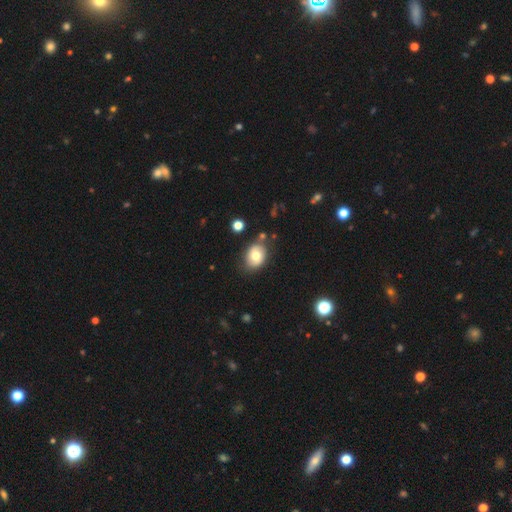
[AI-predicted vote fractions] A smooth galaxy with no disk features (71%) that is in between round and cigar-shaped (59%). Merging: none (72%).